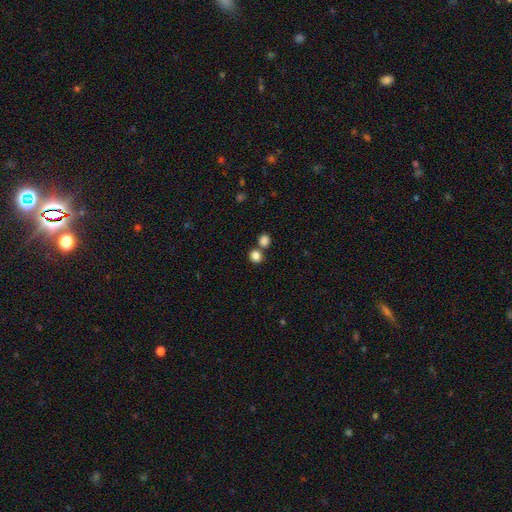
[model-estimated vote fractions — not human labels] Smooth or featured?
  - smooth: 85% *
  - star or artifact: 11%
  - featured or disk: 5%
How rounded?
  - round: 77% *
  - in between: 22%
  - cigar-shaped: 1%
Merging?
  - none: 59% *
  - merger: 30%
  - minor disturbance: 8%
  - major disturbance: 3%